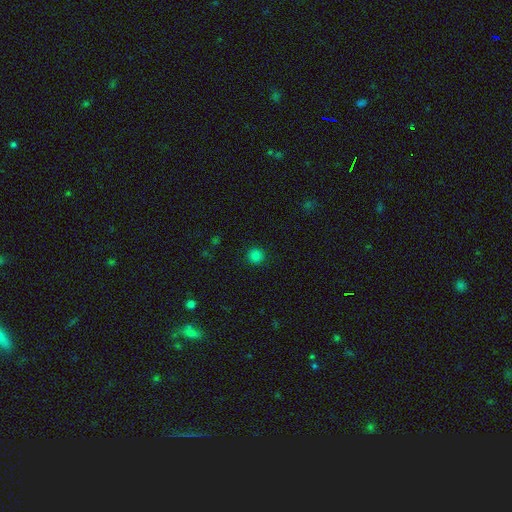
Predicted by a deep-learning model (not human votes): smooth_or_featured: smooth (p=0.83) [alt: star or artifact p=0.14]
how_rounded: round (p=0.95) [alt: in between p=0.04]
merging: none (p=0.92) [alt: minor disturbance p=0.05]